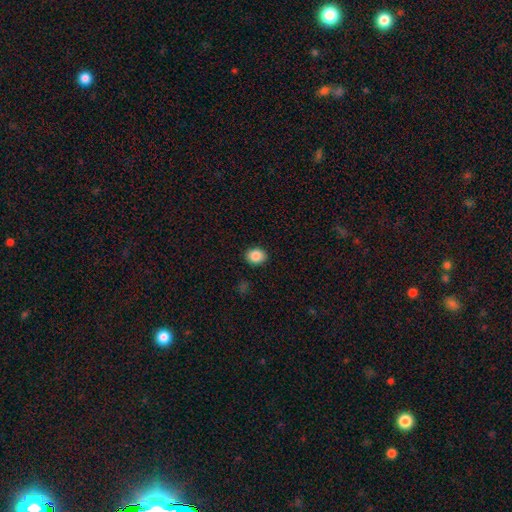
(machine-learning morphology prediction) Smooth or featured? Predicted: smooth (p=0.87). How rounded? Predicted: round (p=0.52). Merging? Predicted: none (p=0.90).